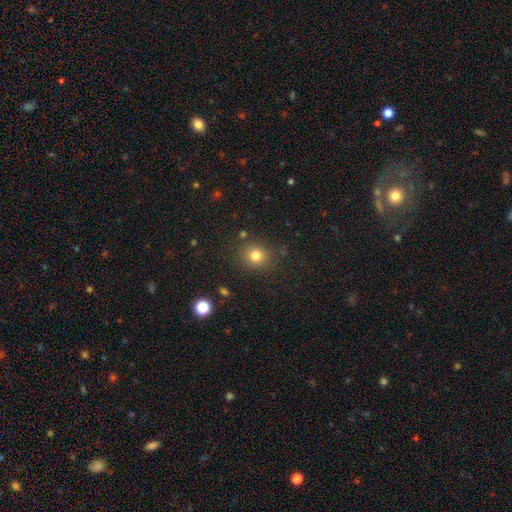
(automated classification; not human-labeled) Smooth or featured: smooth — 80% (star or artifact — 14%)
How rounded: round — 83% (in between — 16%)
Merging: none — 85% (minor disturbance — 9%)